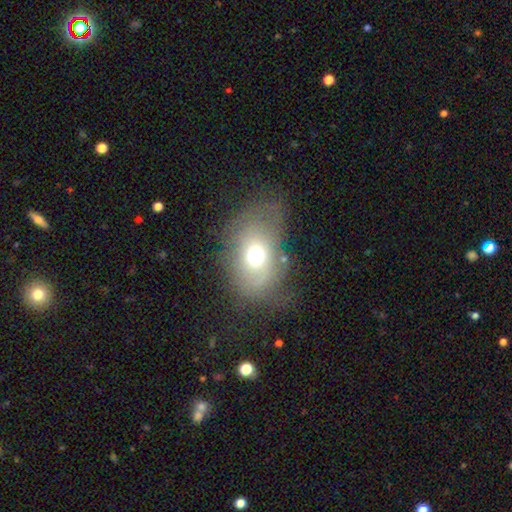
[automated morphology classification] smooth_or_featured: smooth (p=0.55) [alt: featured or disk p=0.29]
how_rounded: in between (p=0.65) [alt: round p=0.34]
merging: none (p=0.54) [alt: major disturbance p=0.22]